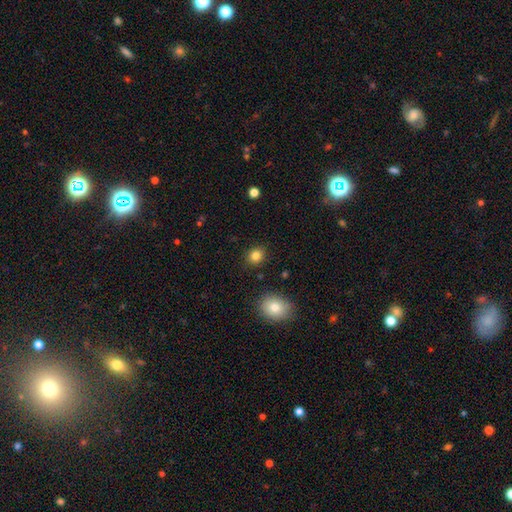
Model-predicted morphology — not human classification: Smooth or featured? Predicted: smooth (p=0.83). How rounded? Predicted: round (p=0.72). Merging? Predicted: none (p=0.88).